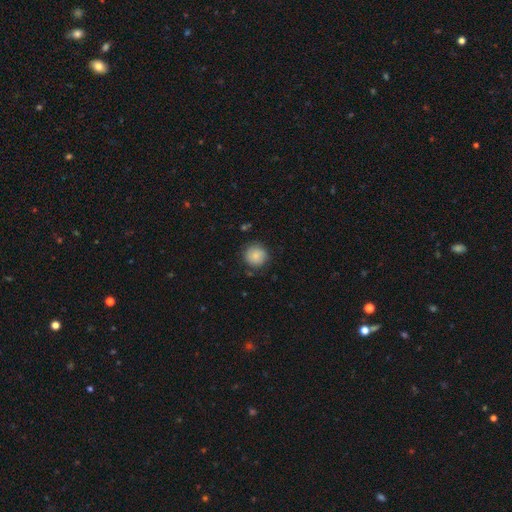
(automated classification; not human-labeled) Smooth or featured? Predicted: smooth (p=0.84). How rounded? Predicted: round (p=0.93). Merging? Predicted: none (p=0.82).